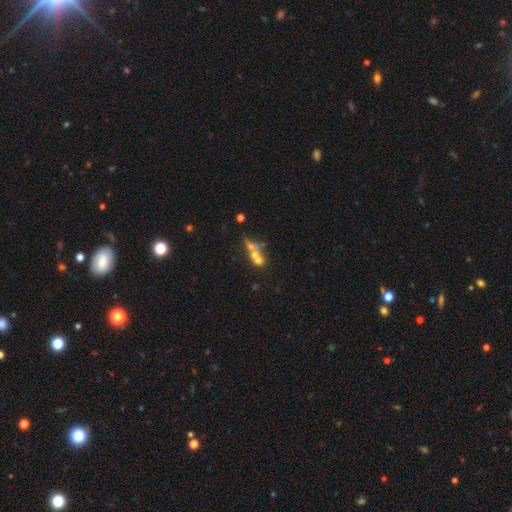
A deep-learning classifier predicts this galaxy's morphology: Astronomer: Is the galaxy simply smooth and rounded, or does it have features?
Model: smooth — 47% (runner-up: featured or disk, 37%).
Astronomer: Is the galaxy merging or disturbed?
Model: merger — 56%.